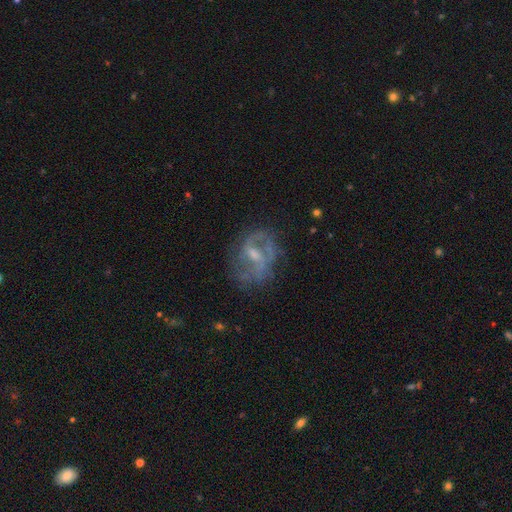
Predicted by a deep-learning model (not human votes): Smooth or featured? featured or disk (76%)
Edge-on disk? no (97%)
Bar? weak (53%)
Spiral arms? yes (75%)
Spiral winding? medium (44%)
Spiral arm count? 2 (63%)
Bulge size? small (45%)
Merging? none (57%)